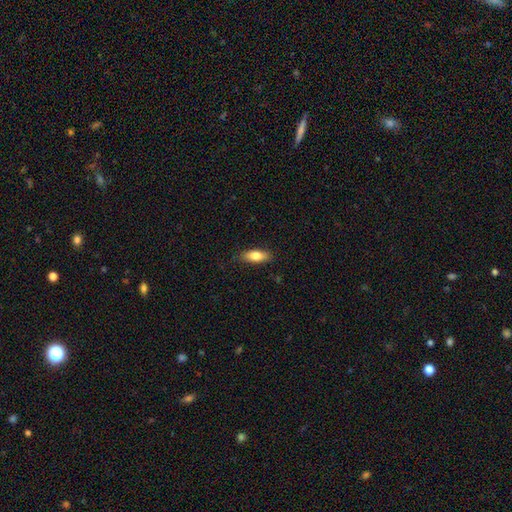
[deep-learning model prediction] A smooth galaxy with no disk features (78%) that is in between round and cigar-shaped (75%). Merging: none (85%).